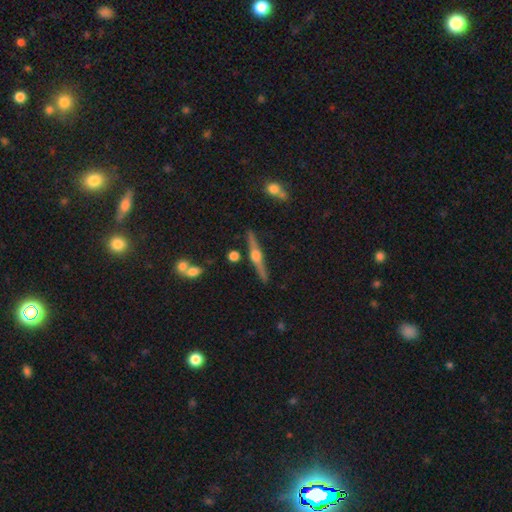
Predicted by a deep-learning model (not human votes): This appears to be a featured or disk galaxy (82%) viewed edge-on (98%) with a rounded central bulge (95%). Merging: none (89%).